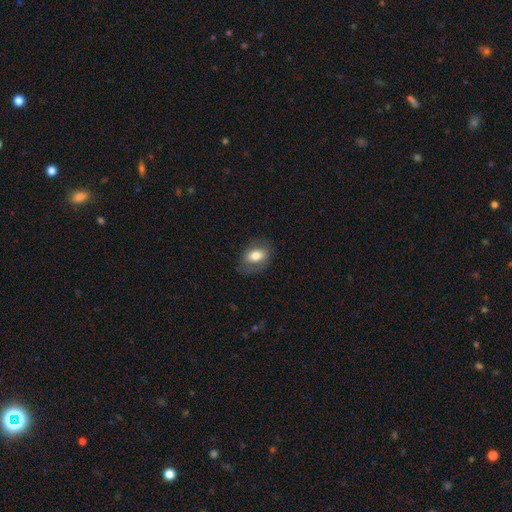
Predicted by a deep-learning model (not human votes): Smooth or featured? Predicted: smooth (p=0.69). How rounded? Predicted: in between (p=0.81). Merging? Predicted: none (p=0.74).